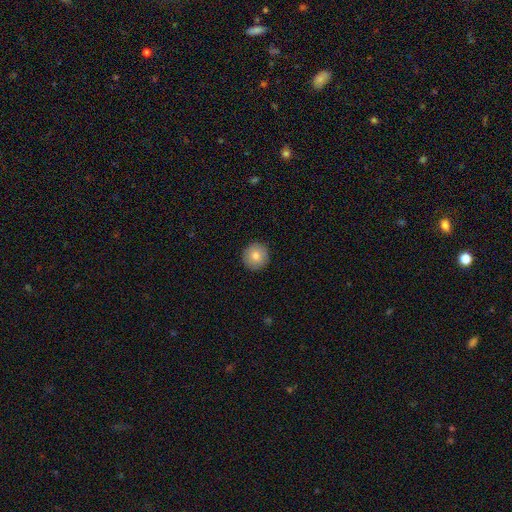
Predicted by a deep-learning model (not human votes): A smooth galaxy with no disk features (77%) that is round (96%). Merging: none (92%).